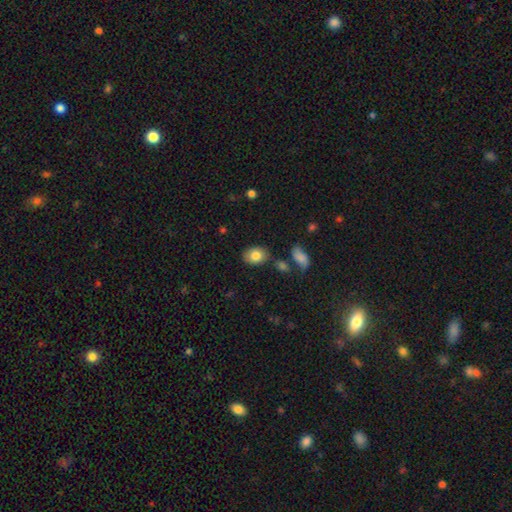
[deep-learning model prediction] Overall: smooth (82%). How rounded: in between (72%). Merging: none (80%).